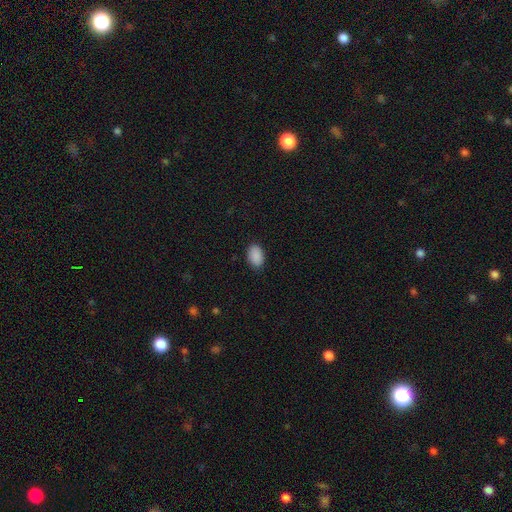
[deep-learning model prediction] Overall: smooth (90%). How rounded: in between (91%). Merging: none (88%).